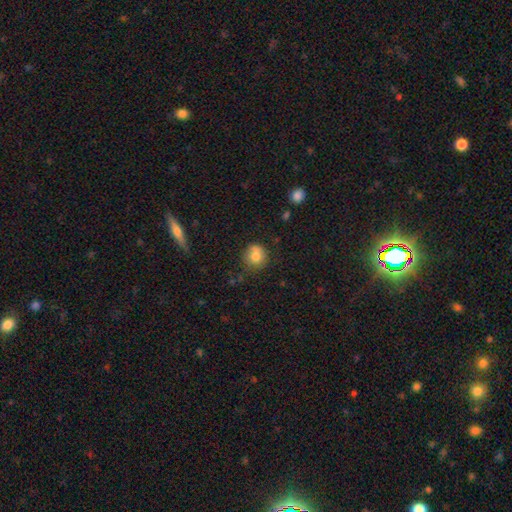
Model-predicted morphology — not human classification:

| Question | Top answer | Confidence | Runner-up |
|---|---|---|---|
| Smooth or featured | smooth | 79% | featured or disk (11%) |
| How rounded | round | 85% | in between (14%) |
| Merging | none | 66% | minor disturbance (22%) |